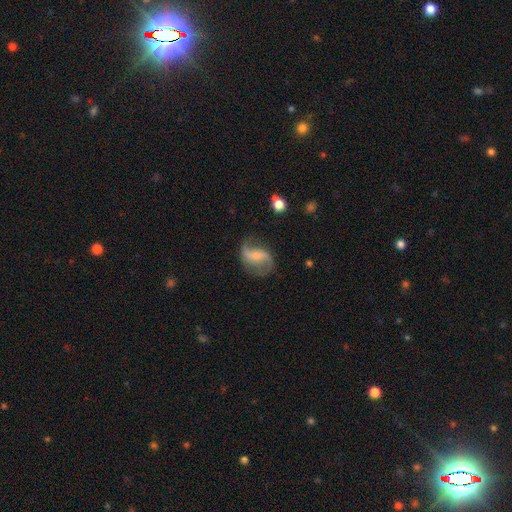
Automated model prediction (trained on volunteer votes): Morphology: type=featured or disk (81%); edge-on=no (97%); bar=weak (42%); spiral arms=yes (94%); winding=loose (69%); arm count=2 (90%); bulge=small (56%); merging=none (69%).